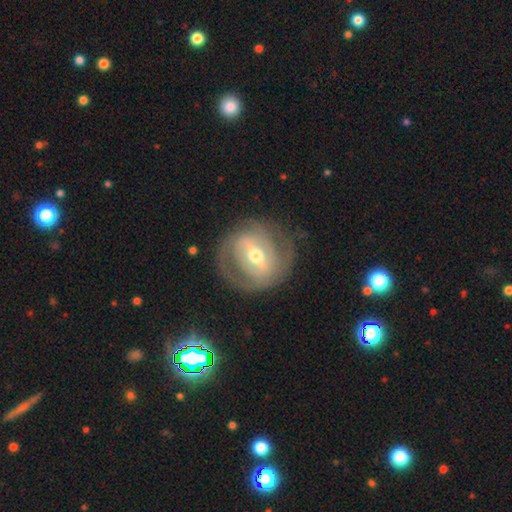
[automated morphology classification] Overall: featured or disk (77%). Edge-on disk: no (95%). Bar: strong (47%; weak 37%). Spiral arms: yes (70%; no 30%). Spiral arm count: 2 (55%; can't tell 27%). Spiral winding: tight (57%; medium 31%). Bulge size: moderate (70%). Merging: none (75%).